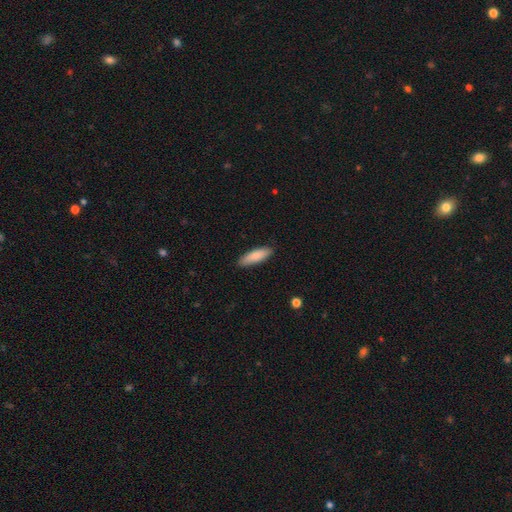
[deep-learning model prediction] smooth-or-featured: smooth: 86% | featured or disk: 9% | star or artifact: 6%
  how-rounded: cigar-shaped: 53% | in between: 46% | round: 1%
  merging: none: 88% | minor disturbance: 9% | major disturbance: 2% | merger: 1%